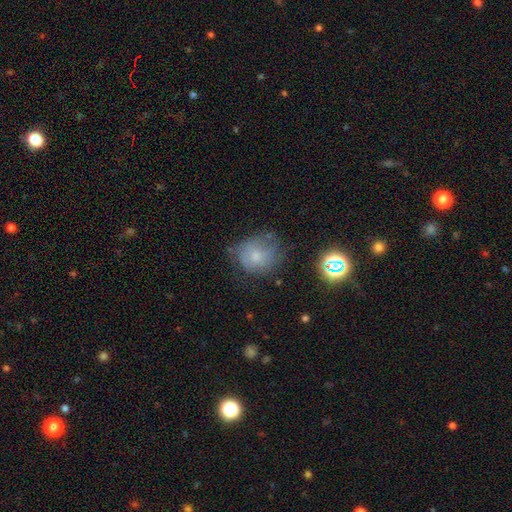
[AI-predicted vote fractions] Overall: smooth (61%; featured or disk 23%). How rounded: round (75%). Merging: none (53%; minor disturbance 30%).